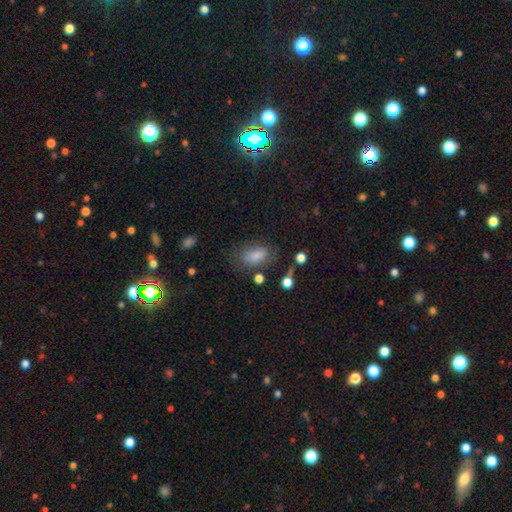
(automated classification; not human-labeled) The model was most divided on "merging": none: 62%, minor disturbance: 22%, major disturbance: 12%, merger: 5%. More confident: how rounded — in between (88%); smooth or featured — smooth (78%).